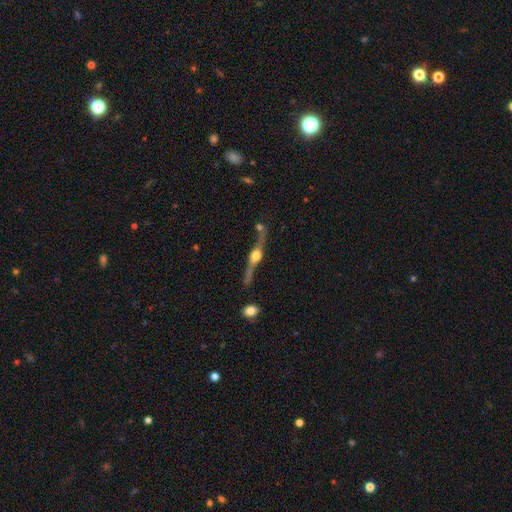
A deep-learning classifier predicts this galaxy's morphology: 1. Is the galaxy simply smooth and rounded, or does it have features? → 85% featured or disk, 9% smooth, 6% star or artifact.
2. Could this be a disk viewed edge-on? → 79% yes, 21% no.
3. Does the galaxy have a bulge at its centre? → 95% rounded, 3% boxy, 2% none.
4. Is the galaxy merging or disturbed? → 61% none, 19% minor disturbance, 11% merger, 9% major disturbance.